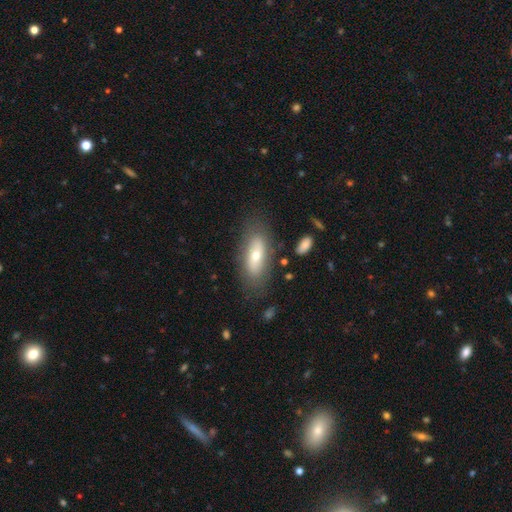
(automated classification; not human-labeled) Overall: smooth (57%; featured or disk 36%). How rounded: in between (77%). Merging: none (76%).